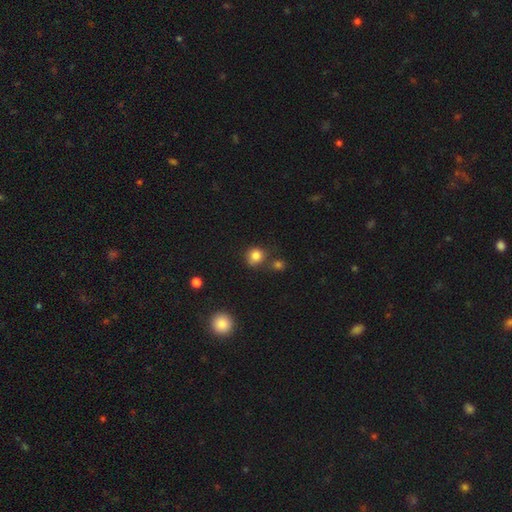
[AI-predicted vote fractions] smooth-or-featured: smooth: 83% | star or artifact: 12% | featured or disk: 5%
  how-rounded: round: 85% | in between: 14% | cigar-shaped: 1%
  merging: none: 67% | minor disturbance: 15% | merger: 13% | major disturbance: 5%